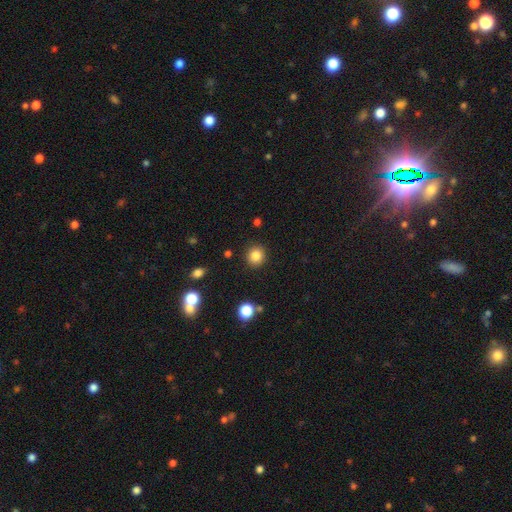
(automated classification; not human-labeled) A smooth galaxy with no disk features (84%) that is round (89%). Merging: none (90%).